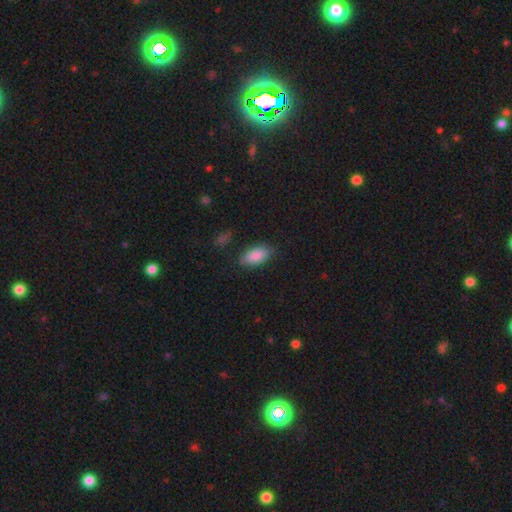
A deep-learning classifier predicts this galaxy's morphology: Overall: smooth (87%). How rounded: in between (92%). Merging: none (78%).